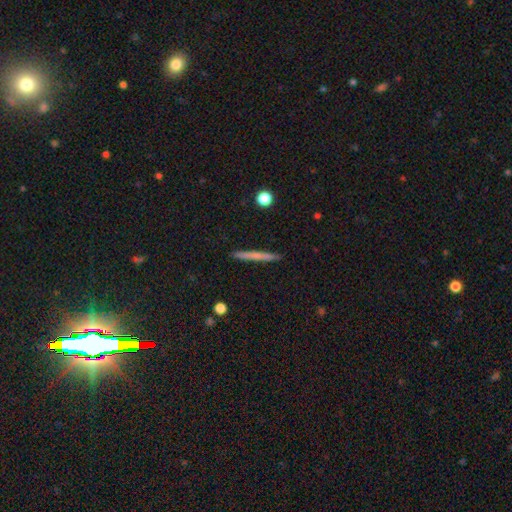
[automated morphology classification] smooth-or-featured: smooth: 60% | featured or disk: 34% | star or artifact: 7%
  how-rounded: cigar-shaped: 96% | in between: 2% | round: 2%
  merging: none: 91% | minor disturbance: 6% | major disturbance: 1% | merger: 1%